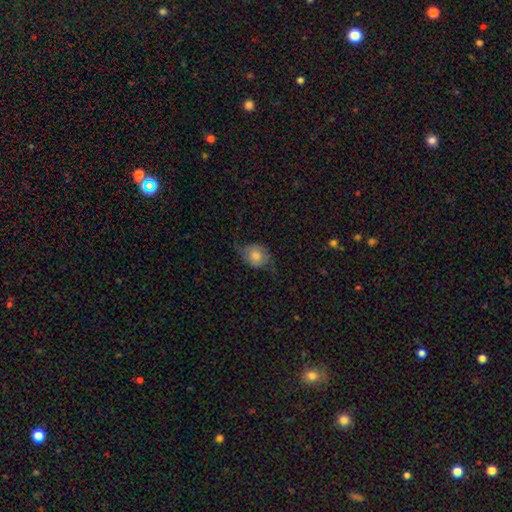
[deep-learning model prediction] smooth_or_featured: smooth (p=0.61) [alt: featured or disk p=0.30]
how_rounded: round (p=0.62) [alt: in between p=0.37]
merging: none (p=0.56) [alt: minor disturbance p=0.29]